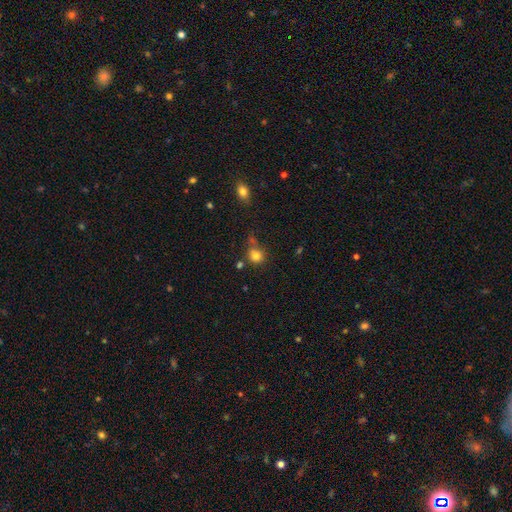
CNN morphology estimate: A smooth galaxy with no disk features (80%) that is round (80%).

Vote fractions:
- Smooth or featured? smooth: 80% / star or artifact: 13% / featured or disk: 7%
- How rounded? round: 80% / in between: 19% / cigar-shaped: 1%
- Merging? none: 58% / minor disturbance: 19% / merger: 15% / major disturbance: 8%